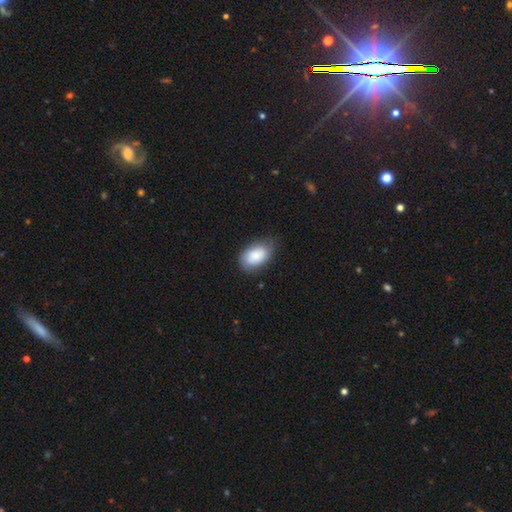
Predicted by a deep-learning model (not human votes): smooth-or-featured: smooth: 82% | featured or disk: 12% | star or artifact: 6%
  how-rounded: in between: 90% | round: 9% | cigar-shaped: 1%
  merging: none: 67% | minor disturbance: 26% | major disturbance: 6% | merger: 1%